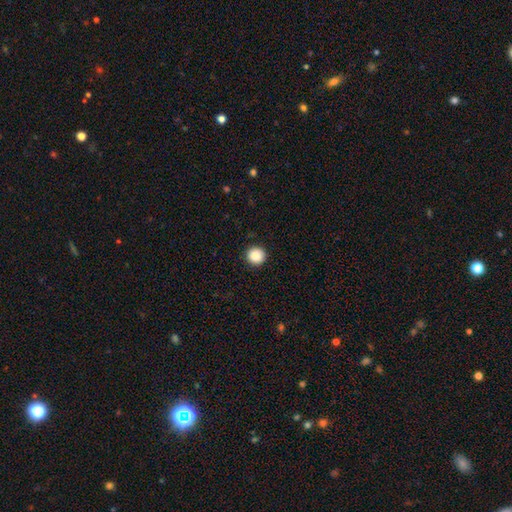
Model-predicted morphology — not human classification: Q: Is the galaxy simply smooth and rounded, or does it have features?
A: smooth — 88%.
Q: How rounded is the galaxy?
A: round — 95%.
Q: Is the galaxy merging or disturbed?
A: none — 92%.